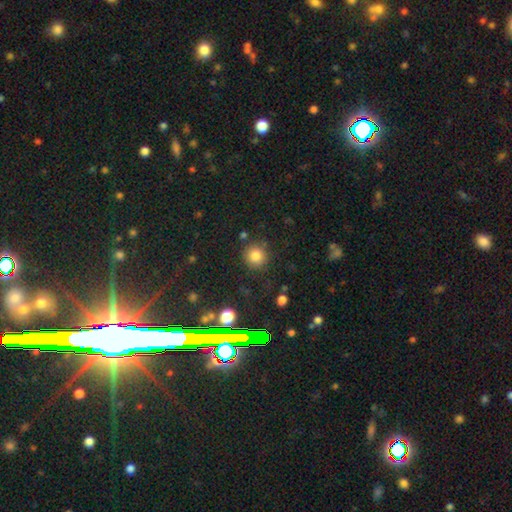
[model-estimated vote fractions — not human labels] Overall: smooth (80%). How rounded: round (91%). Merging: none (84%).